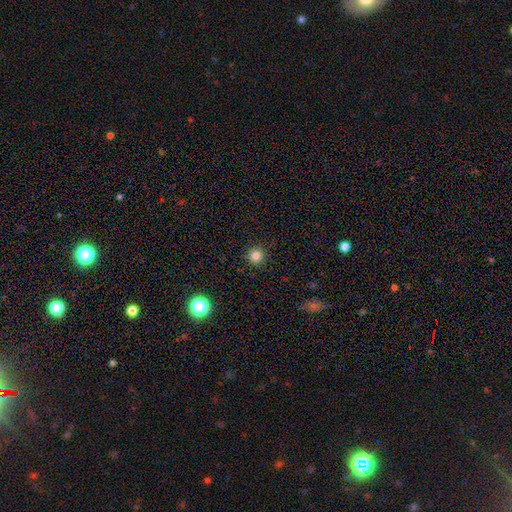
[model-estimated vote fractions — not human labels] Smooth or featured? smooth (82%)
How rounded? round (96%)
Merging? none (92%)